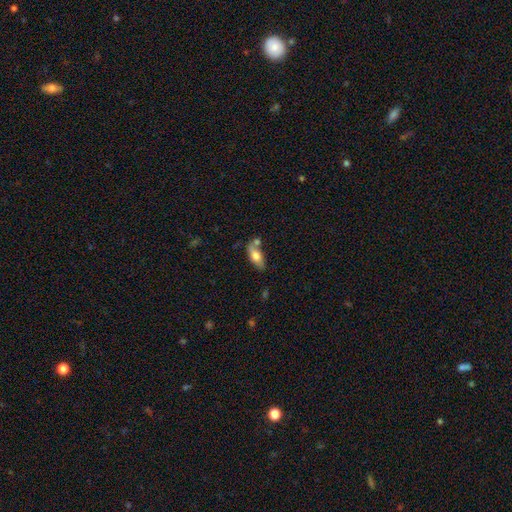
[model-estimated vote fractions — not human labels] A smooth galaxy with no disk features (67%) that is in between round and cigar-shaped (77%).

Vote fractions:
- Smooth or featured? smooth: 67% / featured or disk: 26% / star or artifact: 7%
- How rounded? in between: 77% / cigar-shaped: 19% / round: 3%
- Merging? none: 55% / merger: 21% / minor disturbance: 18% / major disturbance: 6%